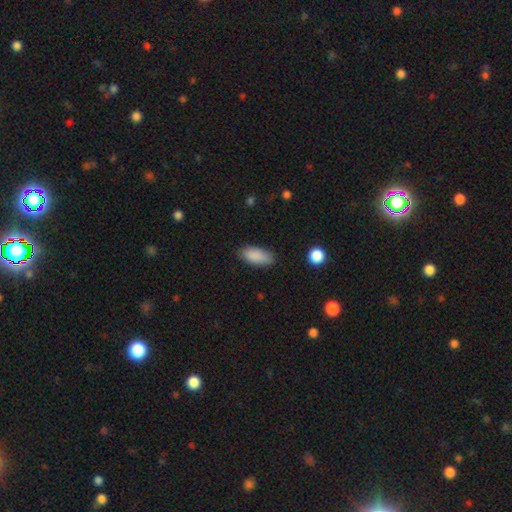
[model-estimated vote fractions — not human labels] Smooth or featured? smooth (89%)
How rounded? in between (88%)
Merging? none (84%)